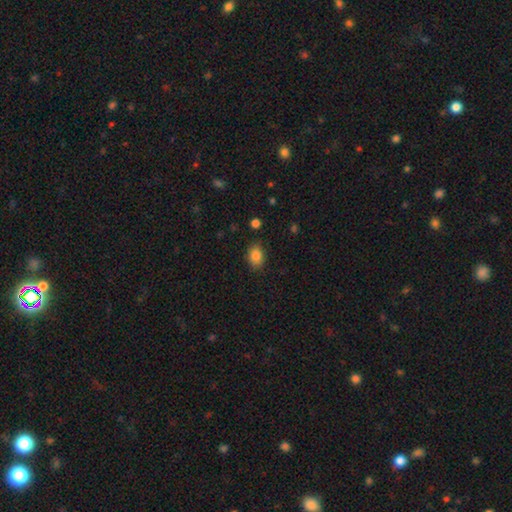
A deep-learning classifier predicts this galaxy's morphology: Q: Smooth or featured?
A: smooth (86%); runner-up: star or artifact (9%)
Q: How rounded?
A: in between (72%); runner-up: round (27%)
Q: Merging?
A: none (84%); runner-up: minor disturbance (11%)